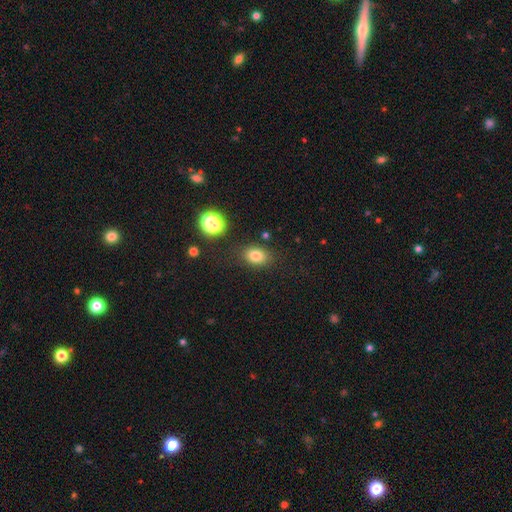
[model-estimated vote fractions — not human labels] Smooth or featured? smooth (80%)
How rounded? in between (74%)
Merging? none (81%)